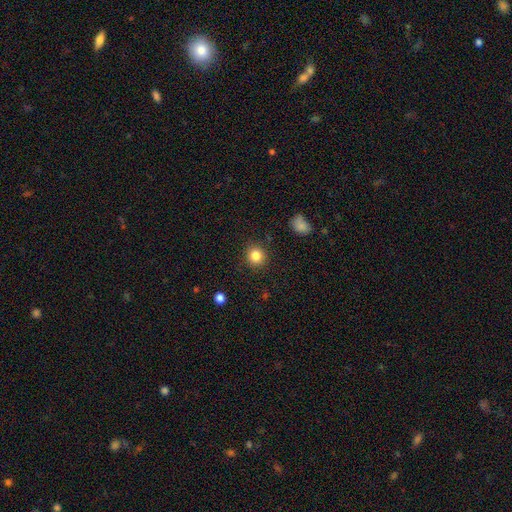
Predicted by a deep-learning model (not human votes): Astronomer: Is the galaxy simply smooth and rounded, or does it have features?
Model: smooth — 84%.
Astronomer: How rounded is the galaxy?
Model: round — 89%.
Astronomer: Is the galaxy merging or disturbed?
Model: none — 90%.